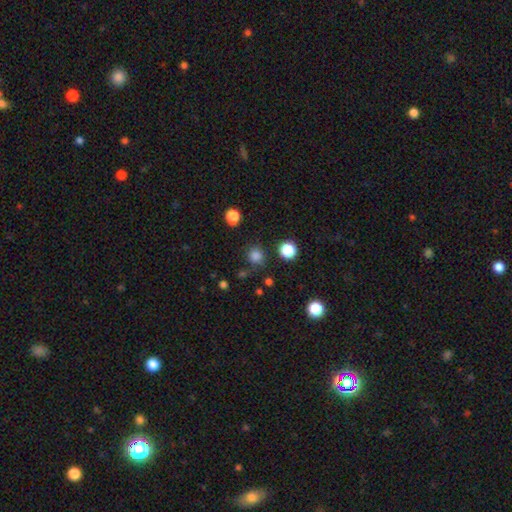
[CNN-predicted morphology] A smooth galaxy with no disk features (80%) that is round (91%).

Vote fractions:
- Smooth or featured? smooth: 80% / star or artifact: 16% / featured or disk: 4%
- How rounded? round: 91% / in between: 8% / cigar-shaped: 1%
- Merging? none: 82% / minor disturbance: 10% / merger: 4% / major disturbance: 4%